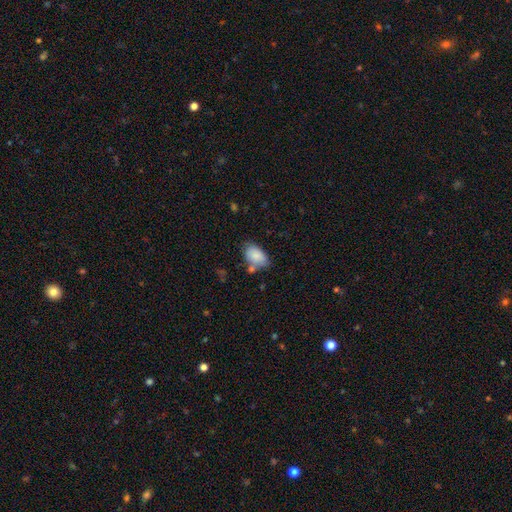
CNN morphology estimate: This is clearly a smooth galaxy (84%). How rounded: clearly in between (90%). Merging: possibly none (58%).